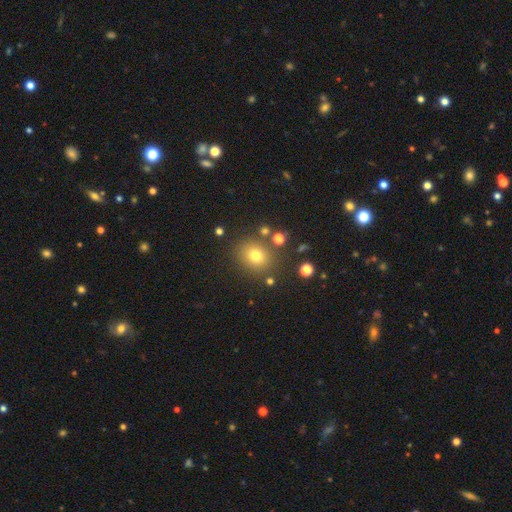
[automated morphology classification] smooth 74%, star or artifact 17%, featured or disk 10%. Down the decision tree: how rounded — round (73%); merging — none (82%).